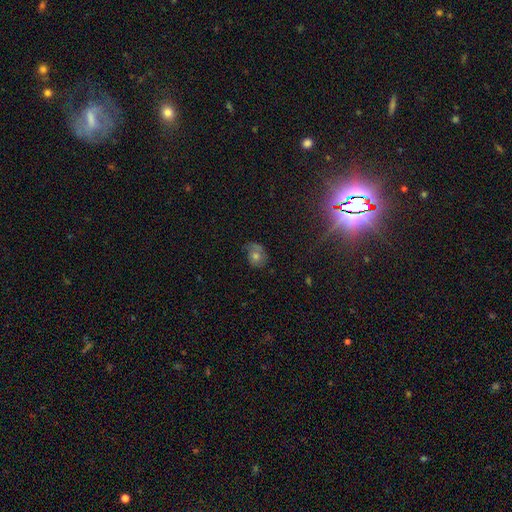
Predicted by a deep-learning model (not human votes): Q: Smooth or featured?
A: smooth (46%); runner-up: featured or disk (32%)
Q: Merging?
A: none (57%); runner-up: minor disturbance (27%)